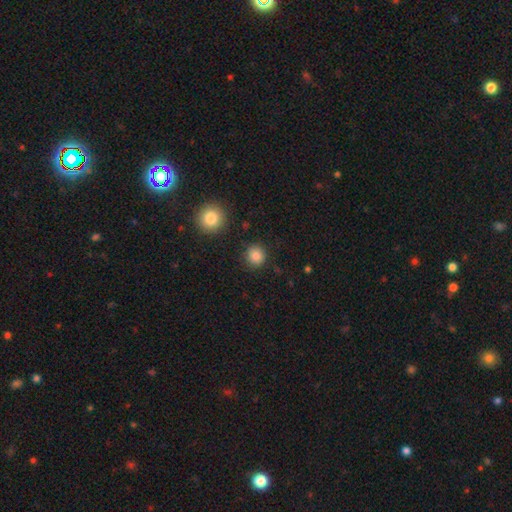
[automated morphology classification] Overall: smooth (85%). How rounded: round (90%). Merging: none (89%).